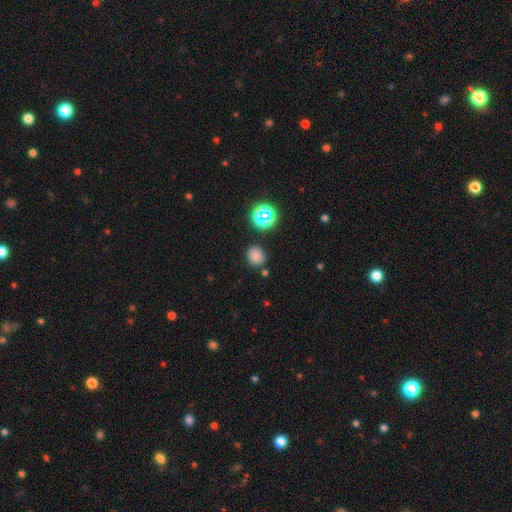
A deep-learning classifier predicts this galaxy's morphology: This appears to be a smooth galaxy with no disk features (73%) that is round (81%). Merging: none (82%).